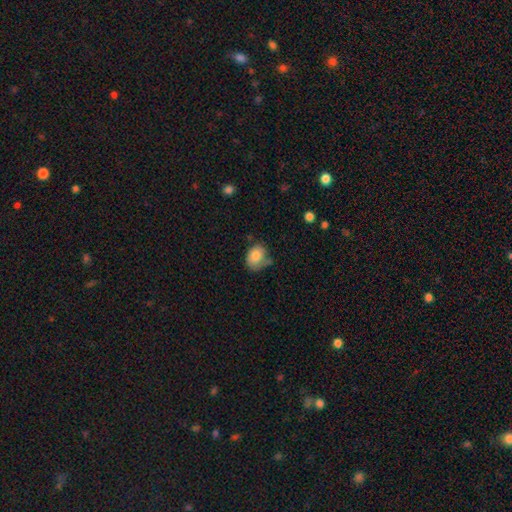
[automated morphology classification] A smooth galaxy with no disk features (80%) that is in between round and cigar-shaped (56%). Merging: none (52%).